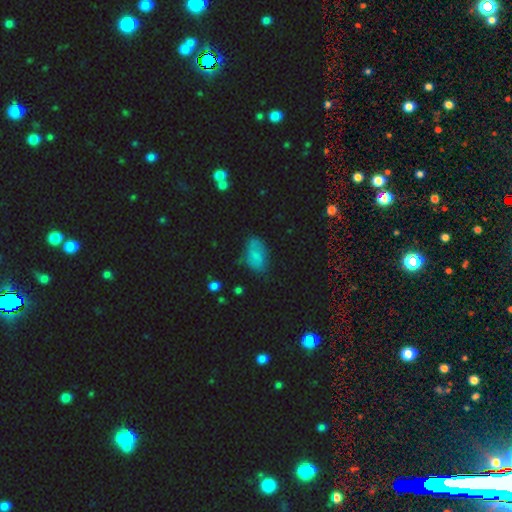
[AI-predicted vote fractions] A smooth galaxy with no disk features (71%) that is in between round and cigar-shaped (91%).

Vote fractions:
- Smooth or featured? smooth: 71% / featured or disk: 15% / star or artifact: 13%
- How rounded? in between: 91% / round: 7% / cigar-shaped: 2%
- Merging? none: 58% / minor disturbance: 28% / major disturbance: 10% / merger: 3%